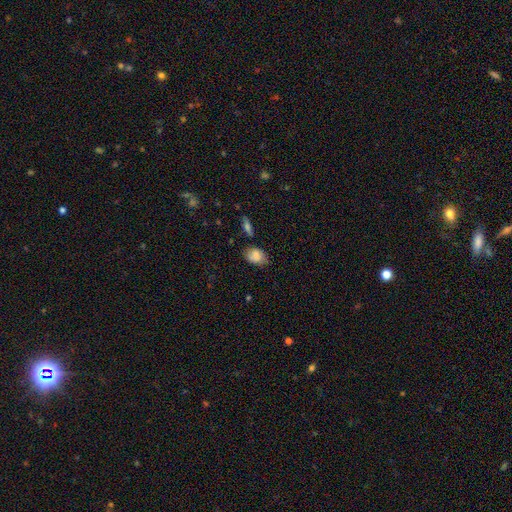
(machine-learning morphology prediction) smooth-or-featured: smooth: 82% | featured or disk: 10% | star or artifact: 8%
  how-rounded: in between: 78% | round: 20% | cigar-shaped: 2%
  merging: none: 67% | minor disturbance: 24% | major disturbance: 5% | merger: 4%